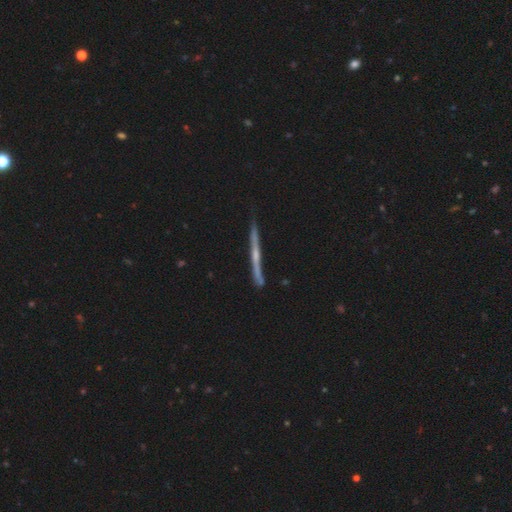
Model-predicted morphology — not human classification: A featured or disk galaxy (72%) viewed edge-on (97%) with a rounded central bulge (51%). Merging: none (84%).